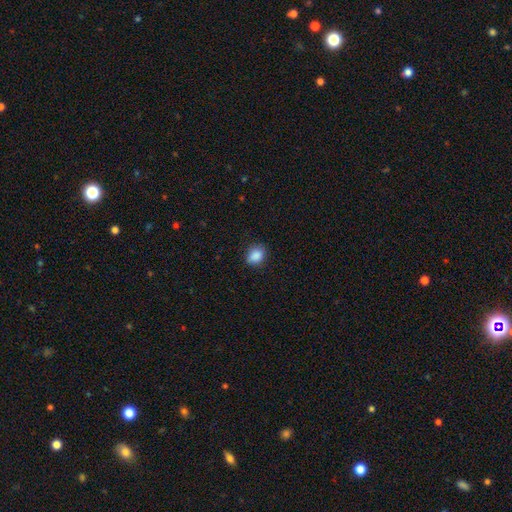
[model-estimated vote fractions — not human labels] Morphology: type=smooth (88%); roundness=in between (55%); merging=none (78%).